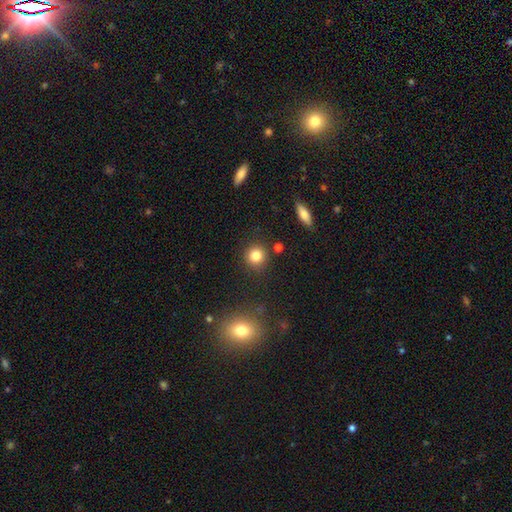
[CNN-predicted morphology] A smooth galaxy with no disk features (82%) that is round (91%). Merging: none (87%).